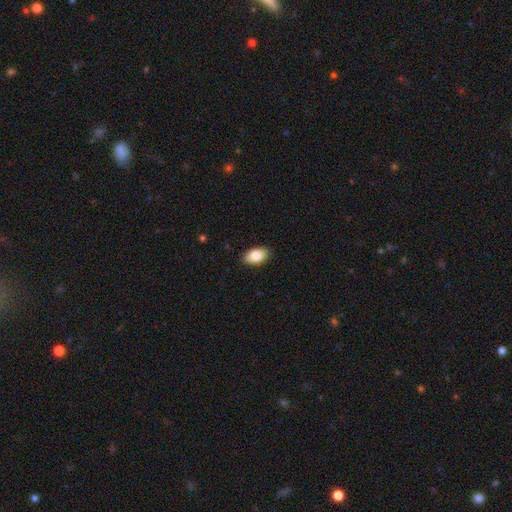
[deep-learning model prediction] Smooth or featured? Predicted: smooth (p=0.84). How rounded? Predicted: in between (p=0.93). Merging? Predicted: none (p=0.89).